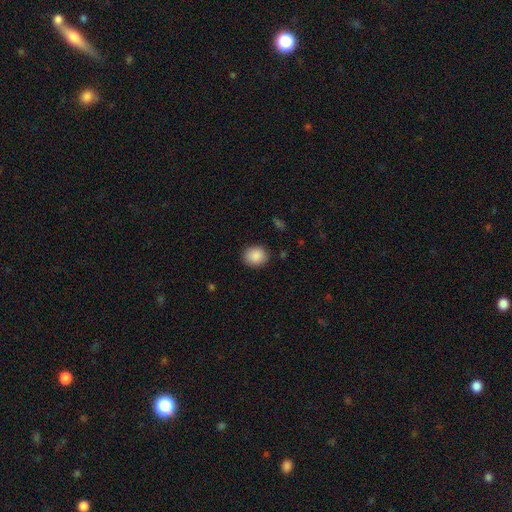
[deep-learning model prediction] Smooth or featured? Predicted: smooth (p=0.89). How rounded? Predicted: round (p=0.68). Merging? Predicted: none (p=0.87).